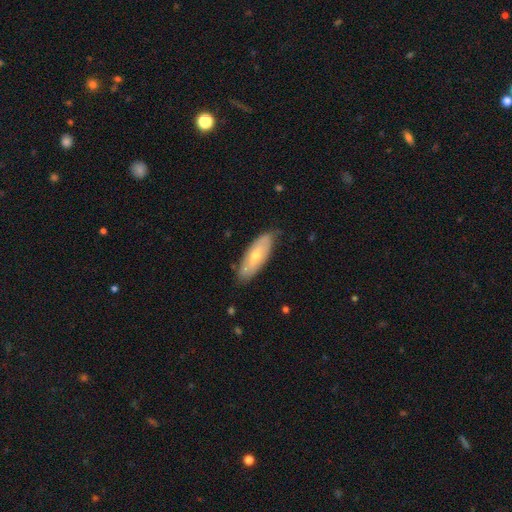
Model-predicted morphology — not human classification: The model was most divided on "smooth or featured": smooth: 49%, featured or disk: 45%, star or artifact: 6%. More confident: merging — none (77%).